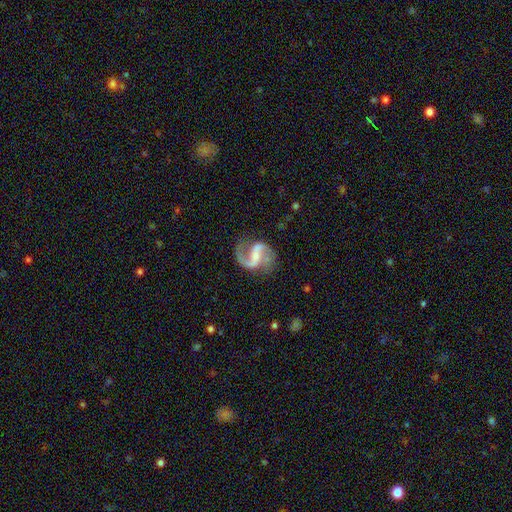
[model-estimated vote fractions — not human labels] featured or disk 92%, star or artifact 4%, smooth 4%. Down the decision tree: edge-on disk — no (98%); bar — weak (42%); spiral arms — yes (98%); spiral arm count — 2 (92%); spiral winding — loose (48%); bulge size — small (60%); merging — none (76%).